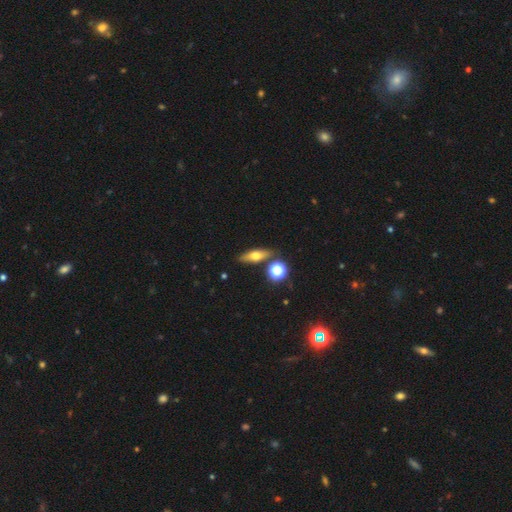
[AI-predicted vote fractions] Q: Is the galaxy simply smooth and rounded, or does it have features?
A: smooth — 51%.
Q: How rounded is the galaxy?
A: in between — 48%.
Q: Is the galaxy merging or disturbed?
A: none — 81%.